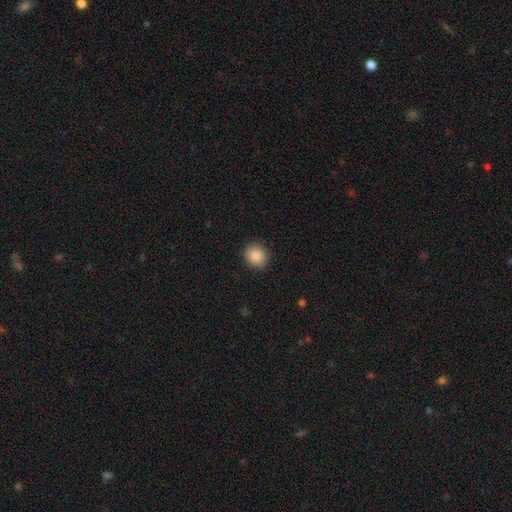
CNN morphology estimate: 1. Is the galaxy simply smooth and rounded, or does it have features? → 89% smooth, 8% star or artifact, 3% featured or disk.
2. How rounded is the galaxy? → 87% round, 12% in between, 1% cigar-shaped.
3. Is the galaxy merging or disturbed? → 90% none, 7% minor disturbance, 2% major disturbance, 1% merger.